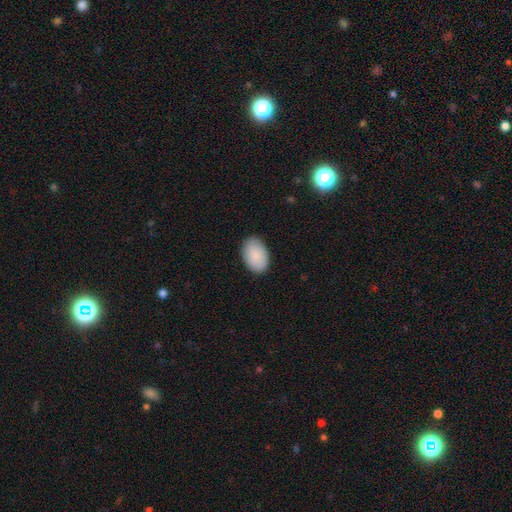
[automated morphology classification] Q: Smooth or featured?
A: smooth (90%); runner-up: star or artifact (5%)
Q: How rounded?
A: in between (90%); runner-up: round (9%)
Q: Merging?
A: none (87%); runner-up: minor disturbance (10%)